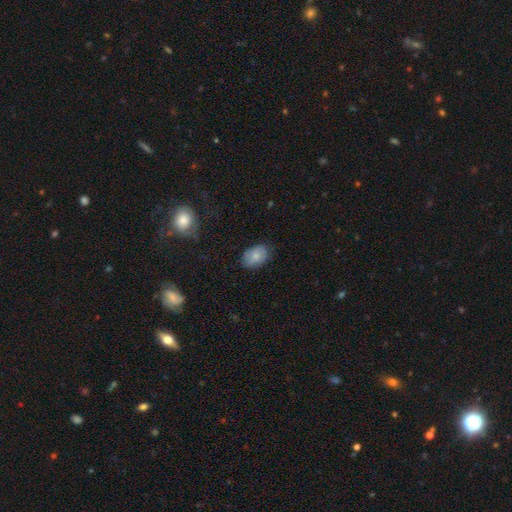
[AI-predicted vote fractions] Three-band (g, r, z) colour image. It shows a smooth galaxy with no disk features (80%) that is in between round and cigar-shaped (84%). Merging: none (76%).